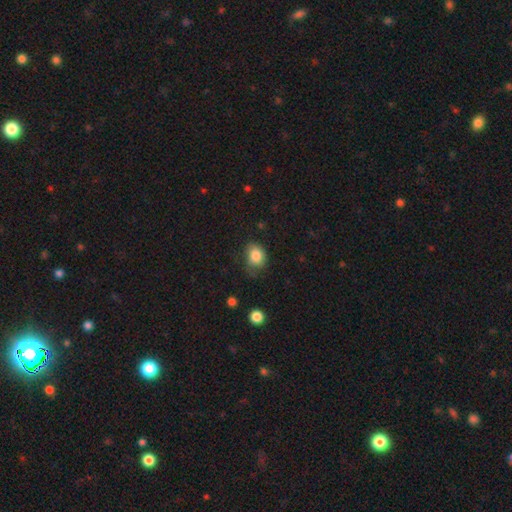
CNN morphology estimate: Smooth or featured? smooth (83%)
How rounded? in between (59%)
Merging? none (54%)